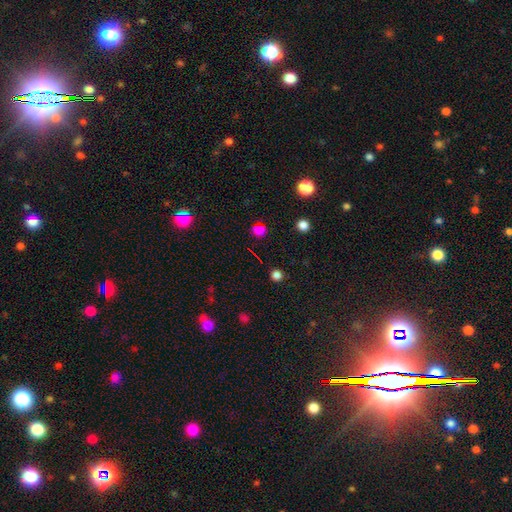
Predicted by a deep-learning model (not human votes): smooth_or_featured: smooth (p=0.53) [alt: star or artifact p=0.40]
how_rounded: round (p=0.88) [alt: in between p=0.10]
merging: none (p=0.86) [alt: minor disturbance p=0.07]